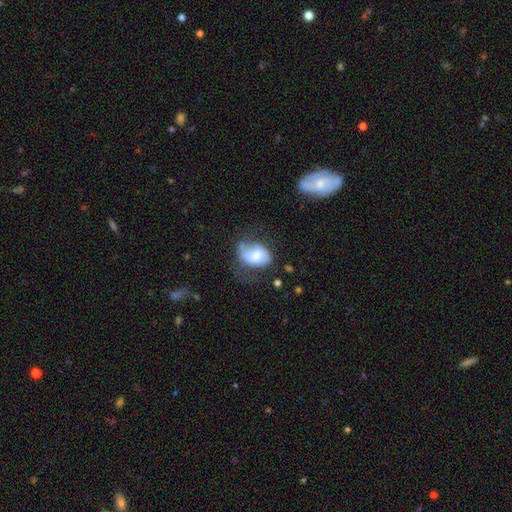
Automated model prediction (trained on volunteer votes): Smooth or featured? smooth (58%)
How rounded? in between (82%)
Merging? minor disturbance (33%)